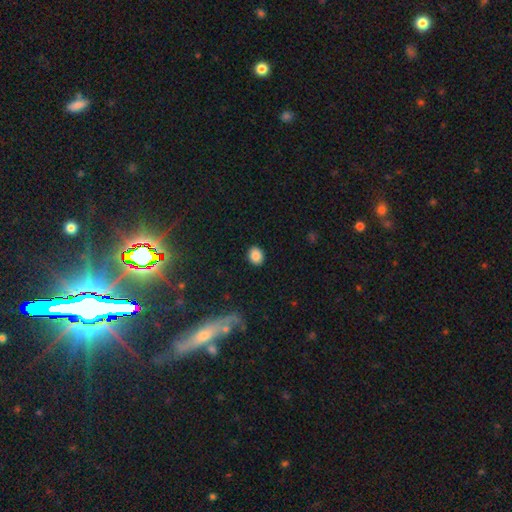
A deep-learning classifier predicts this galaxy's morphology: The model was most divided on "how rounded": round: 57%, in between: 42%, cigar-shaped: 1%. More confident: merging — none (89%); smooth or featured — smooth (86%).